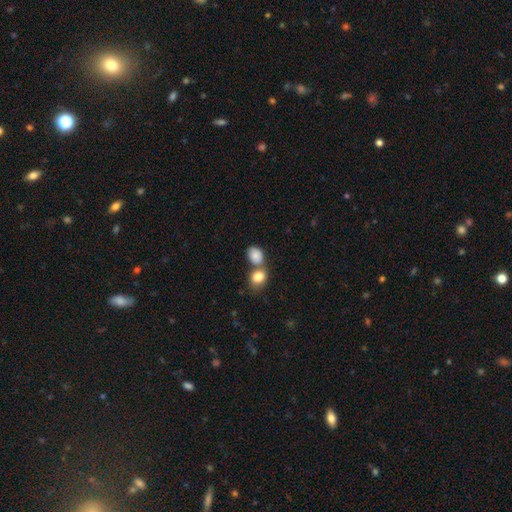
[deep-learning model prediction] Smooth or featured?
  - smooth: 84% *
  - star or artifact: 9%
  - featured or disk: 8%
How rounded?
  - in between: 56% *
  - round: 43%
  - cigar-shaped: 1%
Merging?
  - merger: 44% *
  - none: 41%
  - minor disturbance: 11%
  - major disturbance: 4%